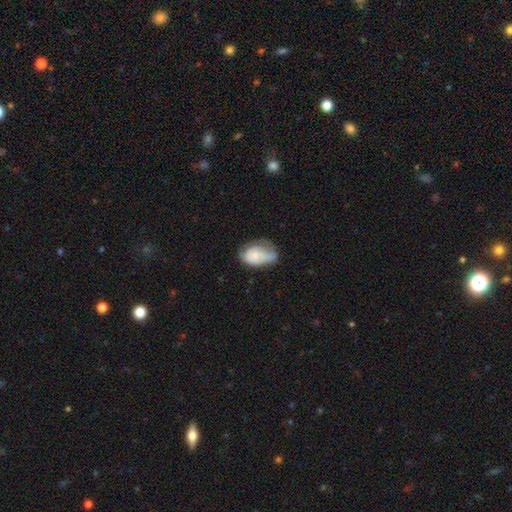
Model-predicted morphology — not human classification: Q: Smooth or featured?
A: smooth (58%); runner-up: featured or disk (34%)
Q: How rounded?
A: in between (86%); runner-up: round (12%)
Q: Merging?
A: minor disturbance (37%); runner-up: none (31%)